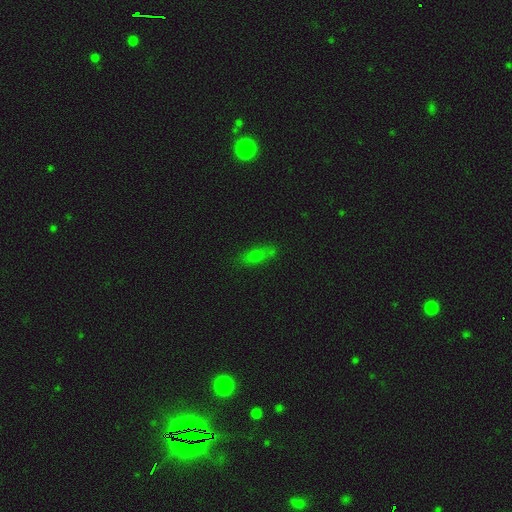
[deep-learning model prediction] A smooth galaxy with no disk features (59%) that is in between round and cigar-shaped (59%).

Vote fractions:
- Smooth or featured? smooth: 59% / featured or disk: 24% / star or artifact: 17%
- How rounded? in between: 59% / cigar-shaped: 33% / round: 8%
- Merging? none: 79% / minor disturbance: 15% / major disturbance: 4% / merger: 2%